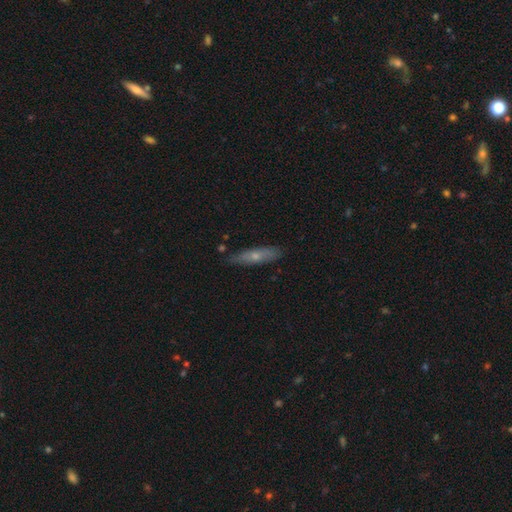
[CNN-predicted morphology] smooth_or_featured: smooth (p=0.54) [alt: featured or disk p=0.40]
how_rounded: cigar-shaped (p=0.77) [alt: in between p=0.21]
merging: none (p=0.81) [alt: minor disturbance p=0.15]